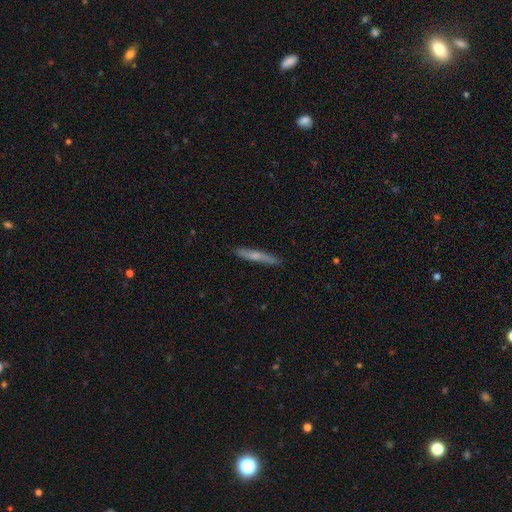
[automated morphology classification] This is possibly a smooth galaxy (47%, tied with featured or disk). Merging: clearly none (88%).